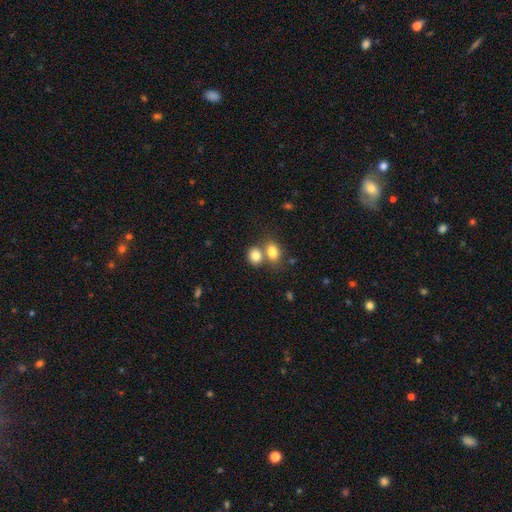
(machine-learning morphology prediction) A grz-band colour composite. It shows a smooth galaxy with no disk features (81%) that is round (55%). Merging: merger (47%).